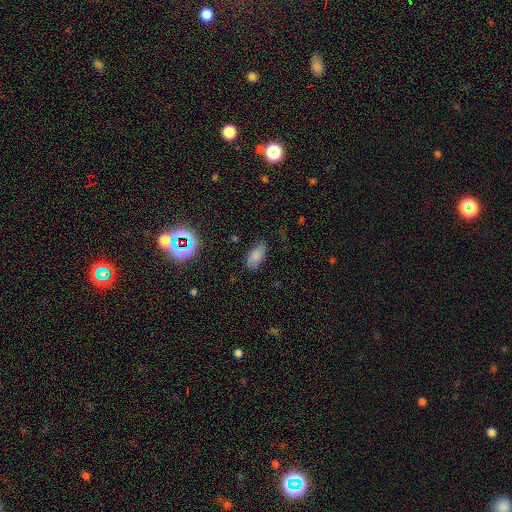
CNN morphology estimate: A smooth galaxy with no disk features (76%) that is in between round and cigar-shaped (92%). Merging: none (73%).